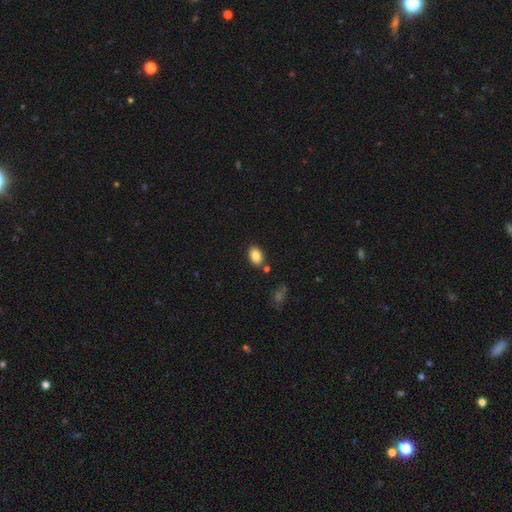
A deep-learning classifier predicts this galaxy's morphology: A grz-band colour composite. It shows a smooth galaxy with no disk features (86%) that is in between round and cigar-shaped (84%). Merging: none (82%).